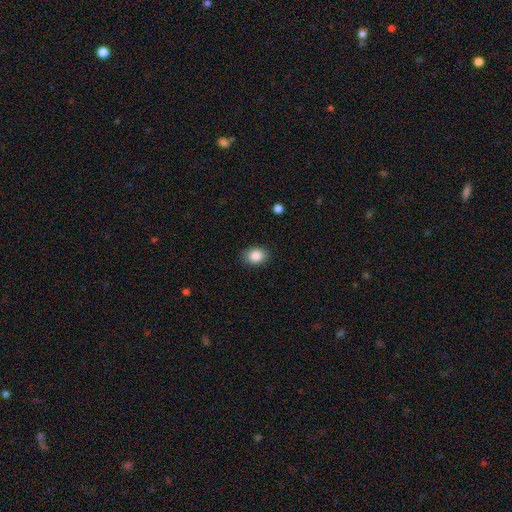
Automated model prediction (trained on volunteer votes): Smooth or featured? Predicted: smooth (p=0.87). How rounded? Predicted: in between (p=0.59). Merging? Predicted: none (p=0.86).